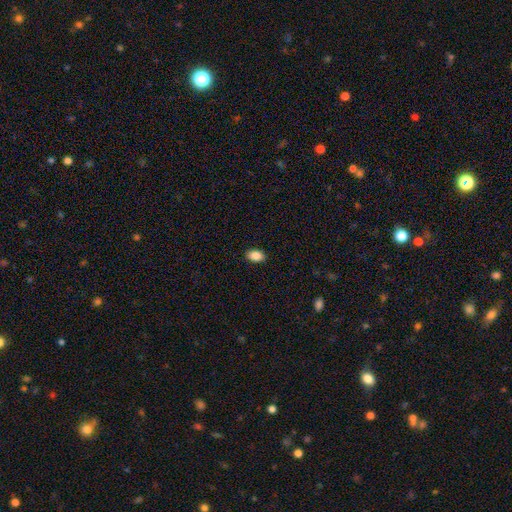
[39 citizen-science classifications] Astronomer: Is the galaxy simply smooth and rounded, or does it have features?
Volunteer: smooth — 95%.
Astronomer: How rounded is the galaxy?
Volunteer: in between — 95%.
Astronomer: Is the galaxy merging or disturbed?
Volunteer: none — 97%.